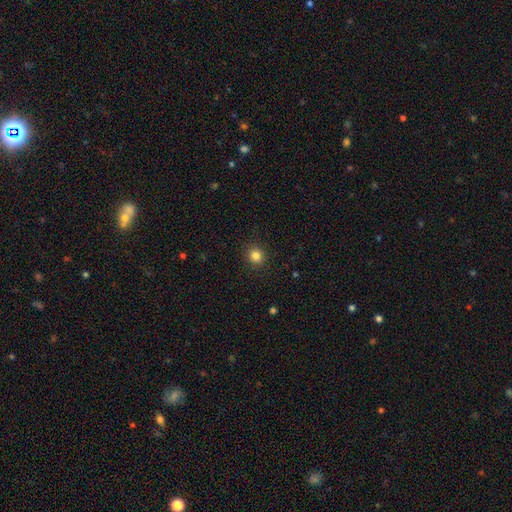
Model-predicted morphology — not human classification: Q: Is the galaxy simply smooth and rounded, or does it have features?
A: smooth — 83%.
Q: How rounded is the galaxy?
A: round — 88%.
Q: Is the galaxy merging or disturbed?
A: none — 91%.